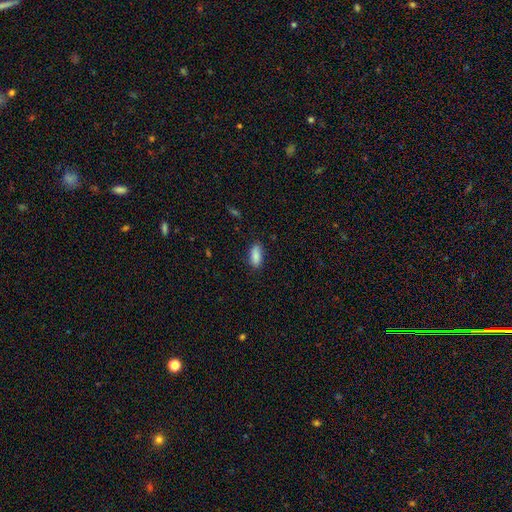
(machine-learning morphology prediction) smooth 88%, star or artifact 7%, featured or disk 5%. Down the decision tree: how rounded — in between (81%); merging — none (83%).